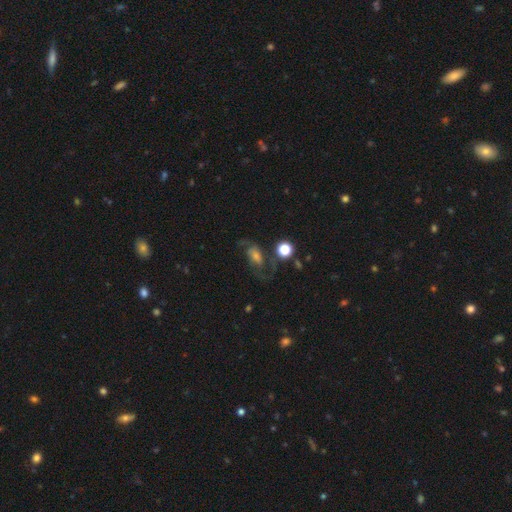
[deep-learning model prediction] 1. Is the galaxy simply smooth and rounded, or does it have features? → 56% featured or disk, 26% smooth, 18% star or artifact.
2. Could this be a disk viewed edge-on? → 94% no, 6% yes.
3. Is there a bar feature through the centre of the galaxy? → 51% no, 37% weak, 12% strong.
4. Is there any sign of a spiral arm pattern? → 84% yes, 16% no.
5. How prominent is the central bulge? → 38% moderate, 31% small, 17% large, 11% none, 4% dominant.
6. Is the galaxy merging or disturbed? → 56% none, 21% major disturbance, 18% minor disturbance, 5% merger.